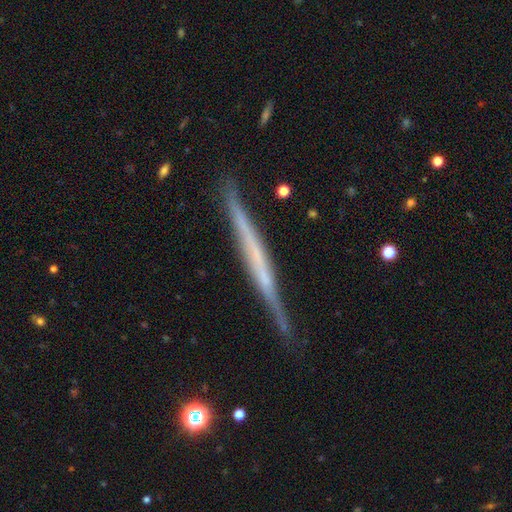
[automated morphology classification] This is likely a featured or disk galaxy (67%). It is clearly viewed edge-on (97%). Edge-on bulge: clearly none (84%). Merging: clearly none (85%).